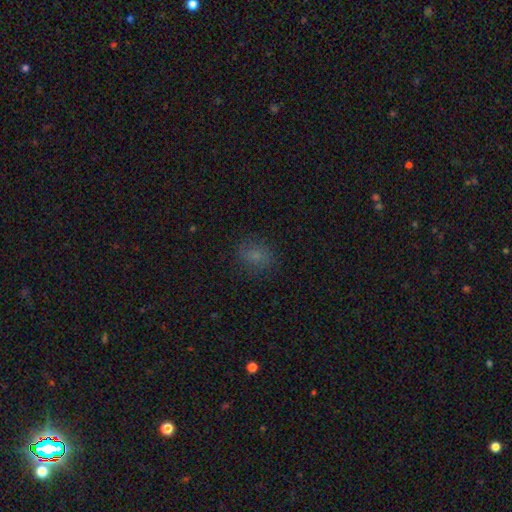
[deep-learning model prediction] This is likely a smooth galaxy (70%). How rounded: possibly round (54%). Merging: likely none (79%).